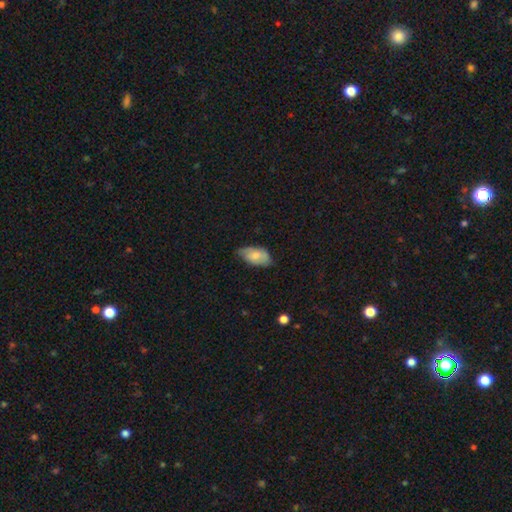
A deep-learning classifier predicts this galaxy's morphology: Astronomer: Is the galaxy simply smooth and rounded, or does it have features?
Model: smooth — 69%.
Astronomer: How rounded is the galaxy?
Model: in between — 94%.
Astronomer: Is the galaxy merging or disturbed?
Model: none — 58% (runner-up: minor disturbance, 35%).